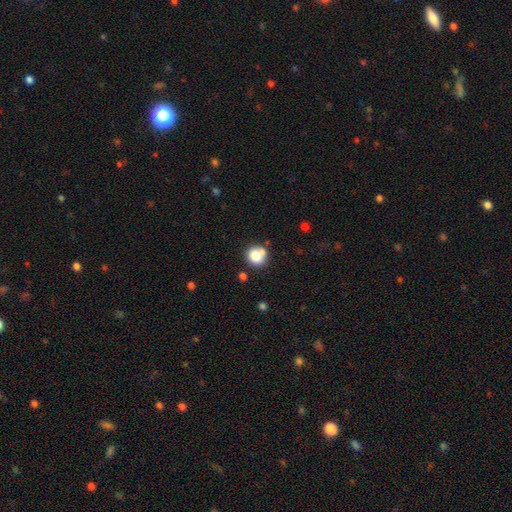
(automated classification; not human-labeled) Smooth or featured? smooth (82%)
How rounded? round (85%)
Merging? none (63%)